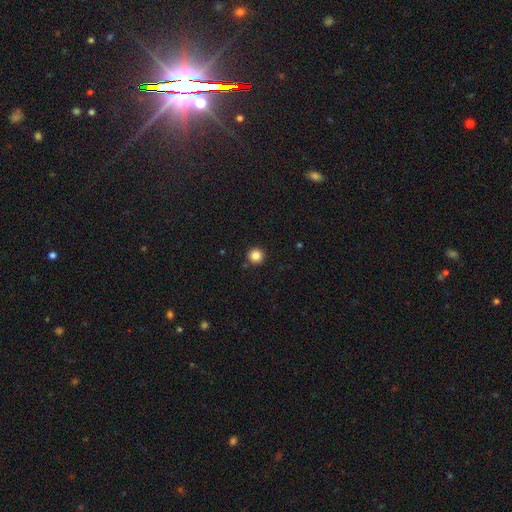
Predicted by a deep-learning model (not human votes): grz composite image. It shows a smooth galaxy with no disk features (85%) that is round (96%). Merging: none (91%).